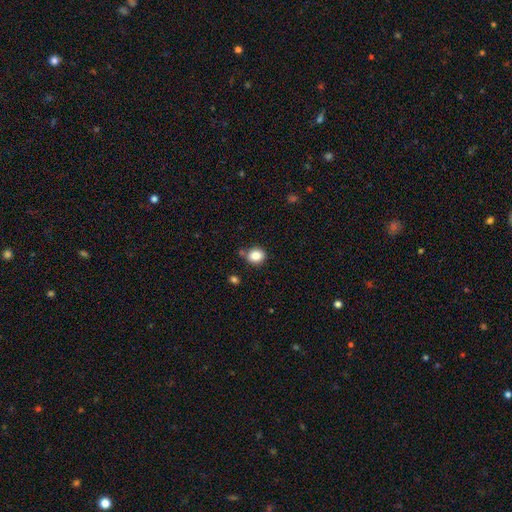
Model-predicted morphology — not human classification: Smooth or featured: smooth — 85% (star or artifact — 10%)
How rounded: round — 73% (in between — 26%)
Merging: none — 77% (minor disturbance — 13%)